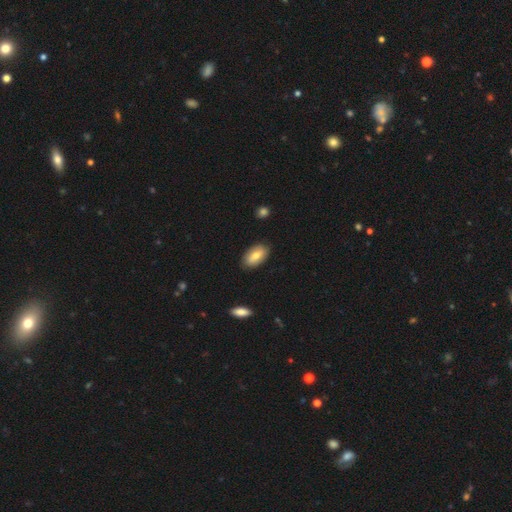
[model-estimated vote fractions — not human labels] smooth_or_featured: smooth (p=0.74) [alt: featured or disk p=0.20]
how_rounded: in between (p=0.93) [alt: cigar-shaped p=0.04]
merging: none (p=0.86) [alt: minor disturbance p=0.10]